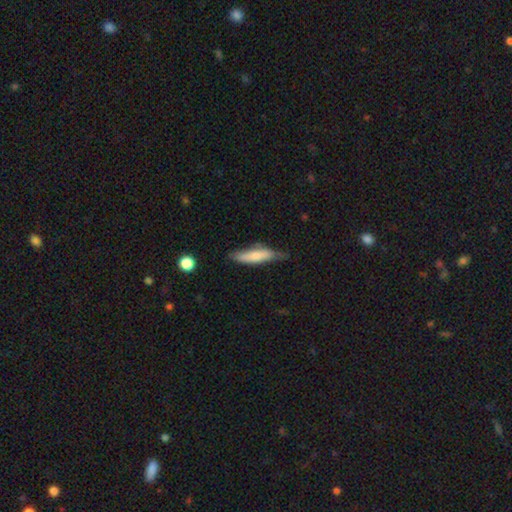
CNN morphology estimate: type=smooth (68%); roundness=cigar-shaped (71%); merging=none (59%).